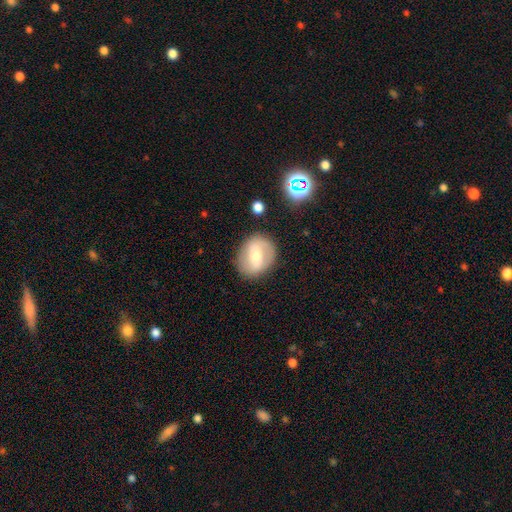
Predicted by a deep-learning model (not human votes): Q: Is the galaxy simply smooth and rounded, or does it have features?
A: featured or disk — 52%.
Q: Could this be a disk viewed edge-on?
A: no — 94%.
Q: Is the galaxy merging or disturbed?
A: none — 83%.